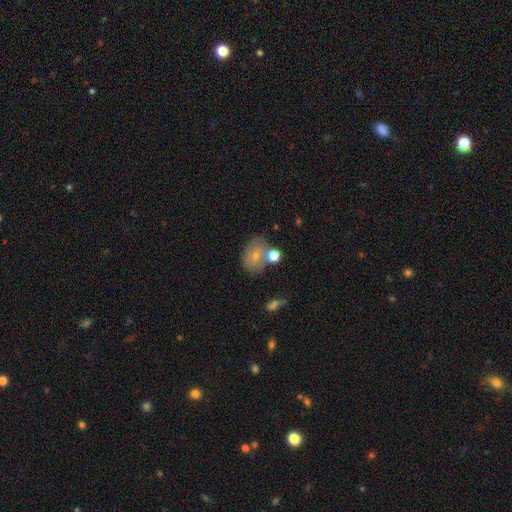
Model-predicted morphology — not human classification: A smooth galaxy with no disk features (64%) that is in between round and cigar-shaped (60%). Merging: none (45%).